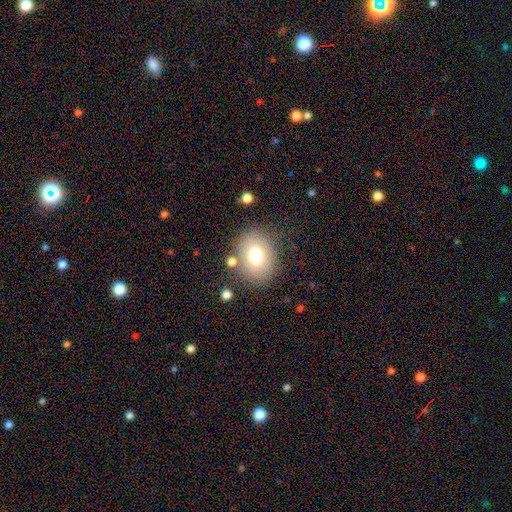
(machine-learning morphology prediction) Smooth or featured? Predicted: smooth (p=0.73). How rounded? Predicted: round (p=0.54). Merging? Predicted: none (p=0.77).